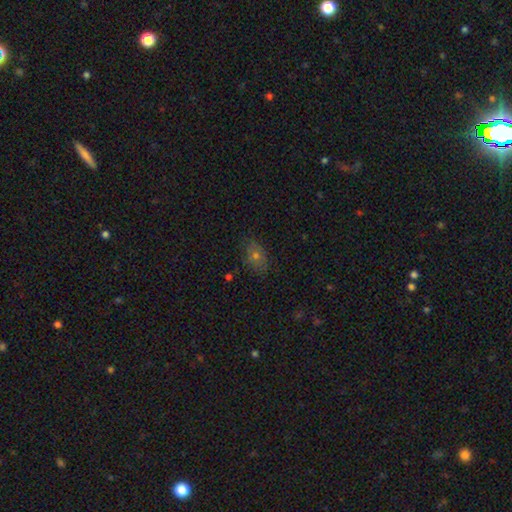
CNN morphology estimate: The model was most divided on "smooth or featured": smooth: 57%, star or artifact: 23%, featured or disk: 20%. More confident: merging — none (76%); how rounded — in between (70%).